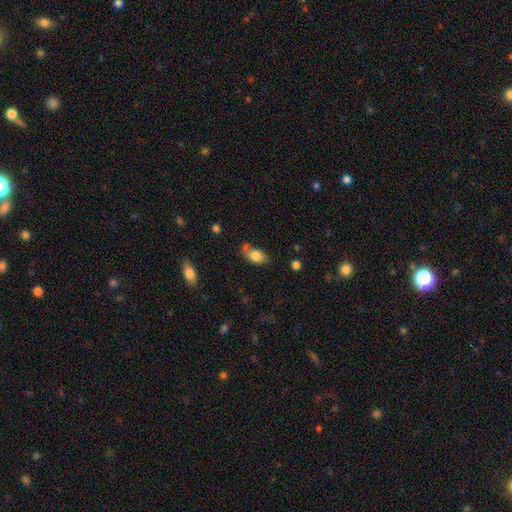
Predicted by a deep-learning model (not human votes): Q: Smooth or featured?
A: smooth (79%); runner-up: featured or disk (13%)
Q: How rounded?
A: in between (86%); runner-up: round (11%)
Q: Merging?
A: none (50%); runner-up: minor disturbance (24%)